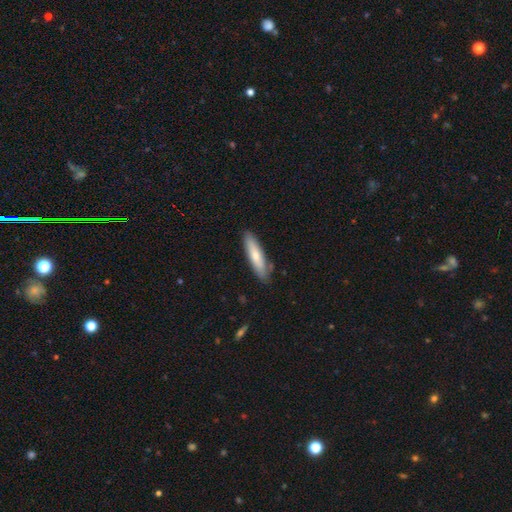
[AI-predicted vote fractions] Smooth or featured?
  - smooth: 71% *
  - featured or disk: 23%
  - star or artifact: 6%
How rounded?
  - cigar-shaped: 77% *
  - in between: 22%
  - round: 1%
Merging?
  - none: 82% *
  - minor disturbance: 13%
  - merger: 2%
  - major disturbance: 2%